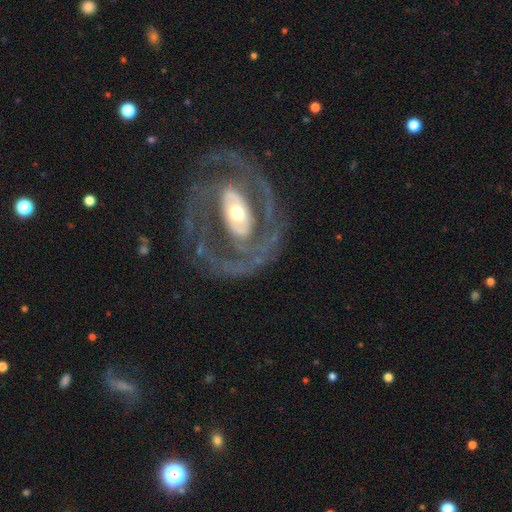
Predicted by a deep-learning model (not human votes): smooth_or_featured: featured or disk (p=0.86) [alt: smooth p=0.09]
disk_edge_on: no (p=0.94) [alt: yes p=0.06]
bar: strong (p=0.47) [alt: weak p=0.28]
has_spiral_arms: yes (p=0.74) [alt: no p=0.26]
spiral_winding: tight (p=0.54) [alt: medium p=0.34]
spiral_arm_count: 2 (p=0.66) [alt: can't tell p=0.14]
bulge_size: moderate (p=0.52) [alt: small p=0.37]
merging: none (p=0.71) [alt: minor disturbance p=0.14]